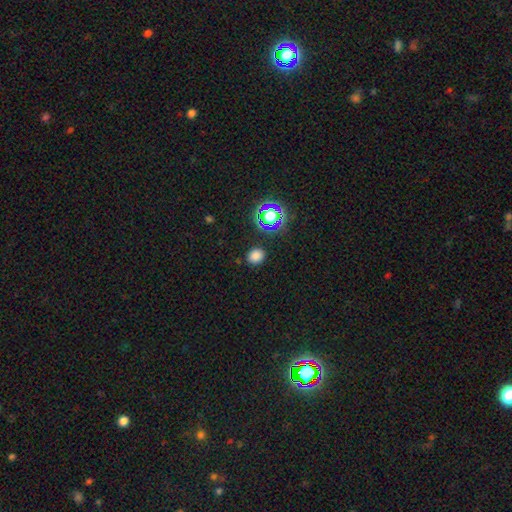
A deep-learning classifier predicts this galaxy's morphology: Smooth or featured: smooth — 76% (star or artifact — 20%)
How rounded: round — 68% (in between — 31%)
Merging: none — 86% (minor disturbance — 9%)